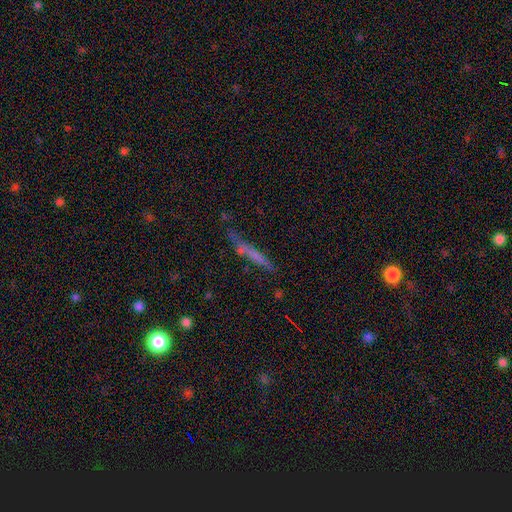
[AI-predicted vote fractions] Morphology: type=smooth (55%); roundness=cigar-shaped (92%); merging=none (67%).